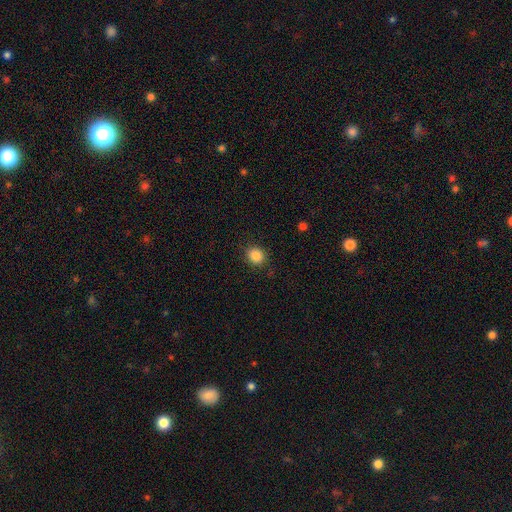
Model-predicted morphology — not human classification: type=smooth (86%); roundness=round (81%); merging=none (89%).